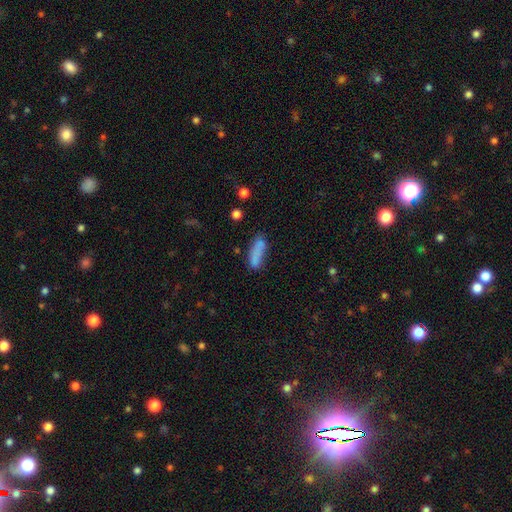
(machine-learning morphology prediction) A smooth galaxy with no disk features (77%) that is in between round and cigar-shaped (55%).

Vote fractions:
- Smooth or featured? smooth: 77% / featured or disk: 14% / star or artifact: 10%
- How rounded? in between: 55% / cigar-shaped: 42% / round: 3%
- Merging? none: 46% / minor disturbance: 25% / merger: 16% / major disturbance: 13%